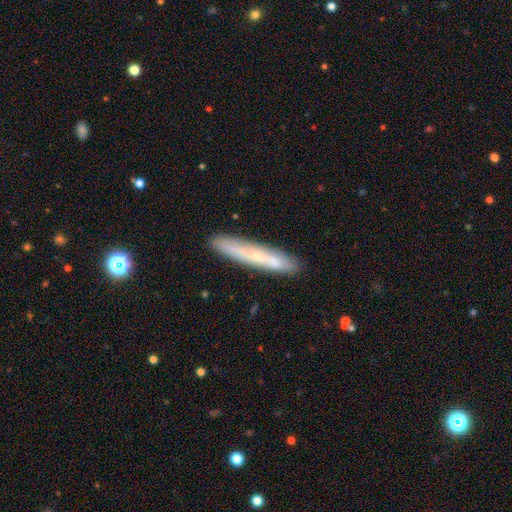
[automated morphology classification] Overall: featured or disk (47%; smooth 46%). Merging: none (86%).